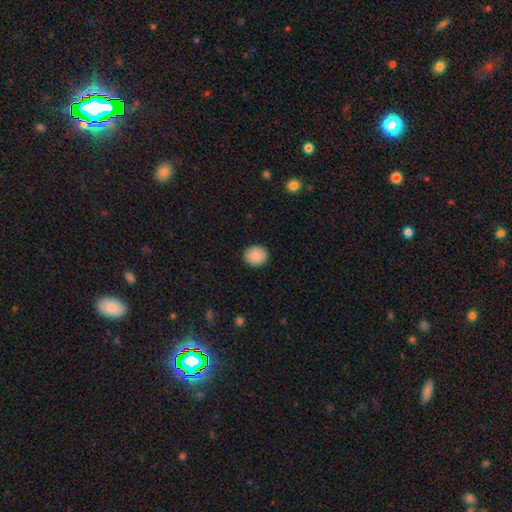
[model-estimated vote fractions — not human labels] A smooth galaxy with no disk features (90%) that is round (77%).

Vote fractions:
- Smooth or featured? smooth: 90% / star or artifact: 7% / featured or disk: 3%
- How rounded? round: 77% / in between: 22% / cigar-shaped: 1%
- Merging? none: 90% / minor disturbance: 7% / major disturbance: 2% / merger: 1%